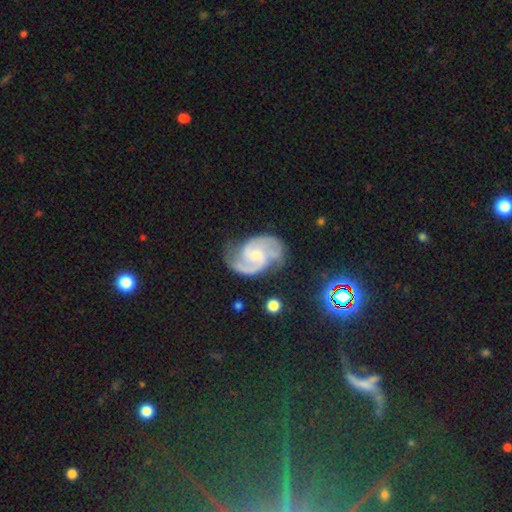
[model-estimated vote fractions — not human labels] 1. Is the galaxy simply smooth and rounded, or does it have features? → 92% featured or disk, 4% star or artifact, 4% smooth.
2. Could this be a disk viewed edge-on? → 98% no, 2% yes.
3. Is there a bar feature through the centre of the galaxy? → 51% no, 40% weak, 9% strong.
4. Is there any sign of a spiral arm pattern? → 98% yes, 2% no.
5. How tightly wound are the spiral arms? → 59% medium, 26% tight, 15% loose.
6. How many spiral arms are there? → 85% 2, 7% 3, 3% can't tell, 2% 1, 2% 4, 1% more than 4.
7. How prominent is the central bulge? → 62% small, 30% moderate, 6% none, 2% large, 1% dominant.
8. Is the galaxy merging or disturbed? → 69% none, 20% minor disturbance, 9% major disturbance, 2% merger.